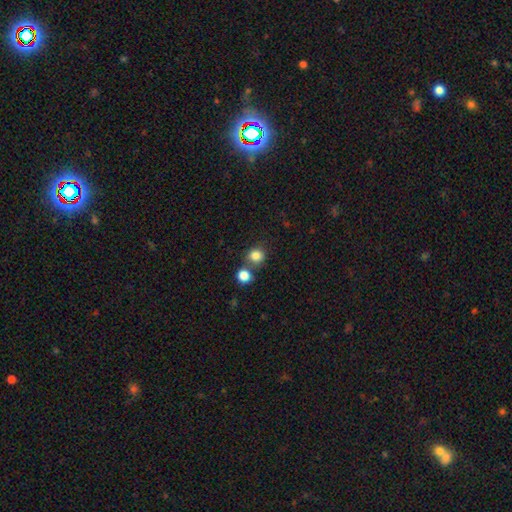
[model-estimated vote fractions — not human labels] Smooth or featured?
  - smooth: 83% *
  - star or artifact: 12%
  - featured or disk: 5%
How rounded?
  - round: 85% *
  - in between: 14%
  - cigar-shaped: 1%
Merging?
  - none: 66% *
  - merger: 20%
  - minor disturbance: 10%
  - major disturbance: 4%